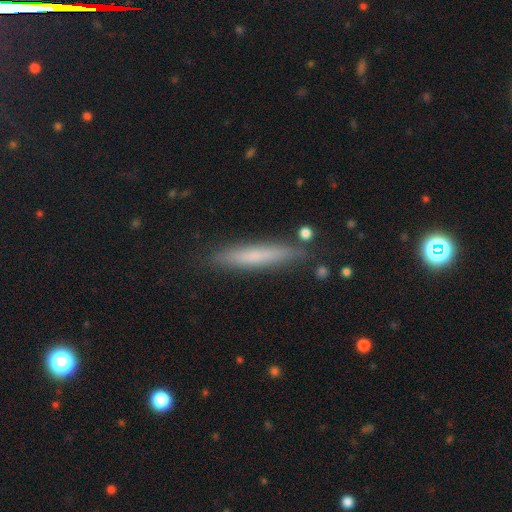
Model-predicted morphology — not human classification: type=smooth (66%); roundness=cigar-shaped (92%); merging=none (85%).